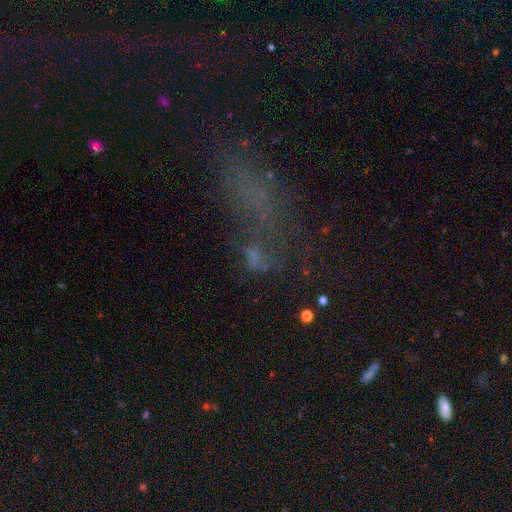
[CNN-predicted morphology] Smooth or featured?
  - star or artifact: 36% *
  - smooth: 33%
  - featured or disk: 31%